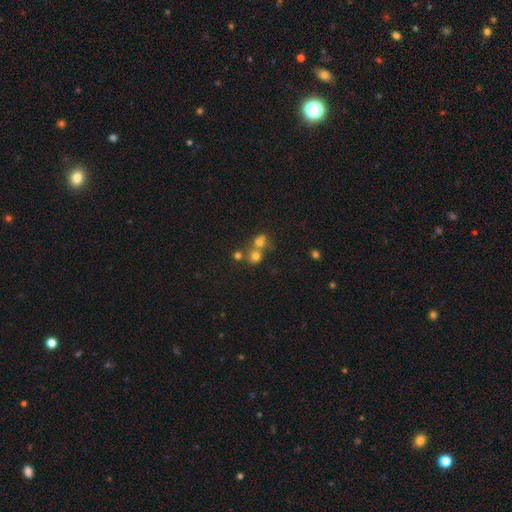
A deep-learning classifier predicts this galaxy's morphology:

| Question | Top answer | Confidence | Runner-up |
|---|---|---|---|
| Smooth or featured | smooth | 68% | star or artifact (19%) |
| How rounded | round | 84% | in between (15%) |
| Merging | merger | 47% | none (44%) |